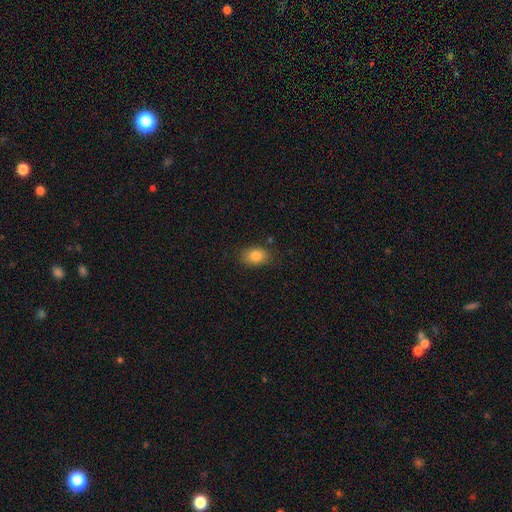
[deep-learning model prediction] This appears to be a smooth galaxy with no disk features (84%) that is in between round and cigar-shaped (74%). Merging: none (80%).